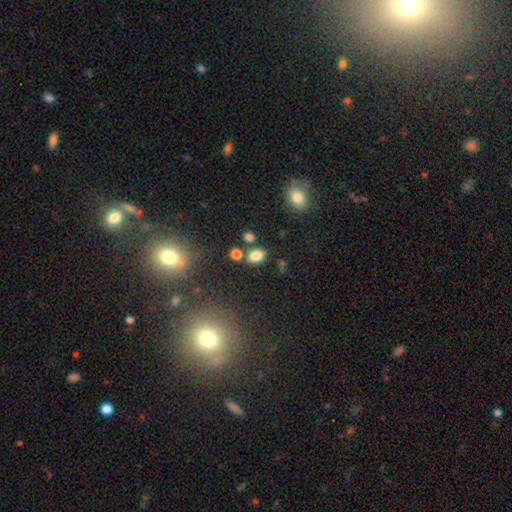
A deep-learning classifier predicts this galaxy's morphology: Q: Smooth or featured?
A: smooth (81%); runner-up: star or artifact (12%)
Q: How rounded?
A: in between (79%); runner-up: round (20%)
Q: Merging?
A: none (71%); runner-up: merger (13%)